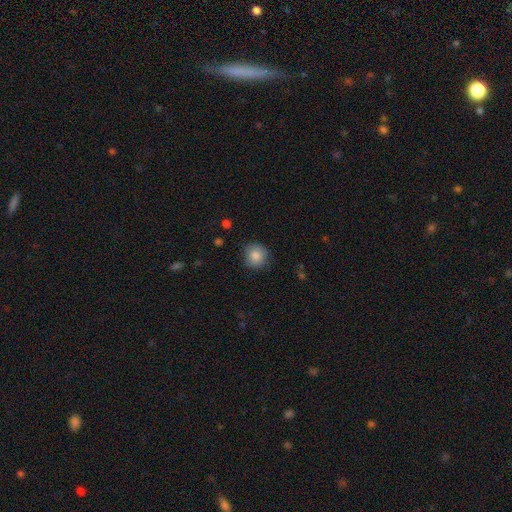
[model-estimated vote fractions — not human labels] Overall: smooth (85%). How rounded: round (89%). Merging: none (80%).